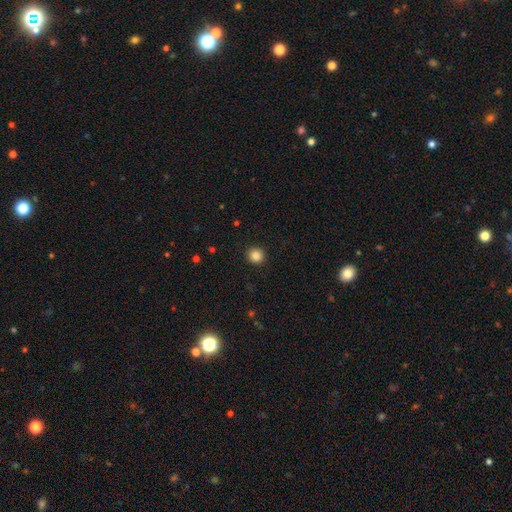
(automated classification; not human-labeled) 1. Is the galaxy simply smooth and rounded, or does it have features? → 85% smooth, 11% star or artifact, 4% featured or disk.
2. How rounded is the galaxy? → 93% round, 7% in between, 1% cigar-shaped.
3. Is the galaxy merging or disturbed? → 92% none, 5% minor disturbance, 2% major disturbance, 1% merger.